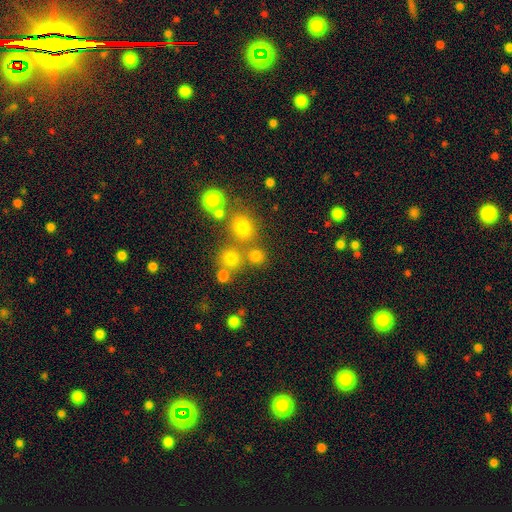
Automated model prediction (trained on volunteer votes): The model was most divided on "merging": none: 70%, merger: 19%, minor disturbance: 7%, major disturbance: 4%. More confident: how rounded — round (88%); smooth or featured — smooth (74%).